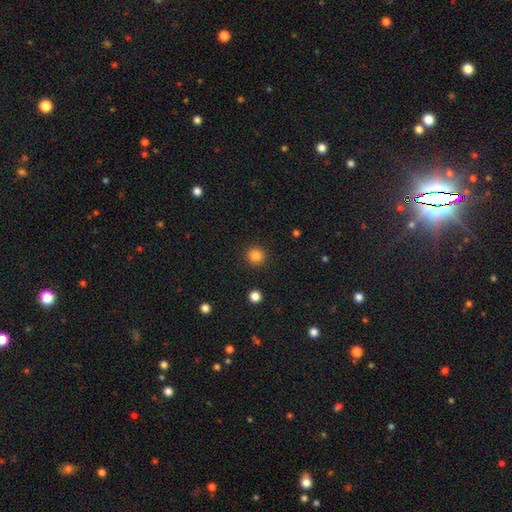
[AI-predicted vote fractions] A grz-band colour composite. It shows a smooth galaxy with no disk features (84%) that is round (93%). Merging: none (92%).